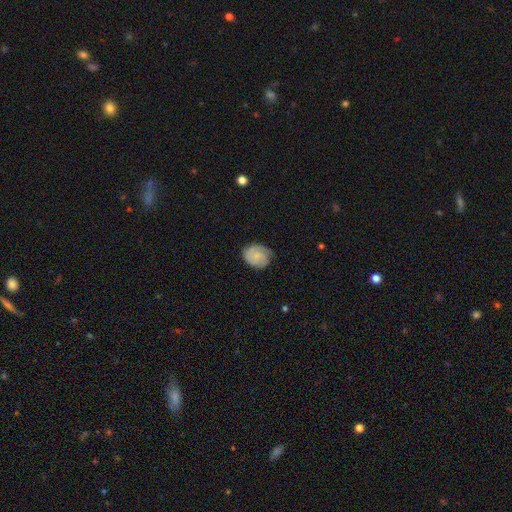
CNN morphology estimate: smooth-or-featured: smooth: 49% | featured or disk: 43% | star or artifact: 8%
  merging: none: 74% | minor disturbance: 20% | major disturbance: 5% | merger: 1%